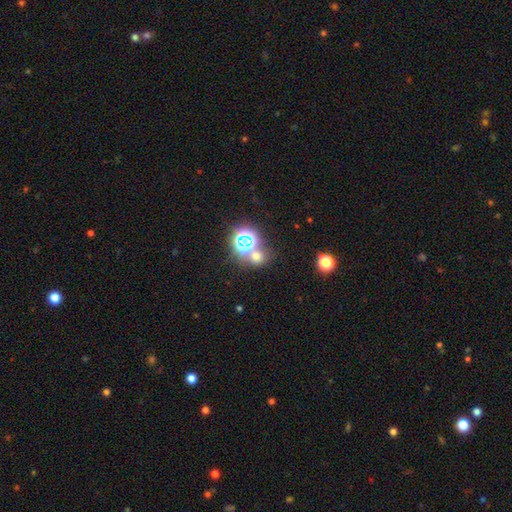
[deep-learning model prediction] Smooth or featured: smooth — 52% (star or artifact — 40%)
How rounded: round — 76% (in between — 23%)
Merging: none — 63% (merger — 25%)